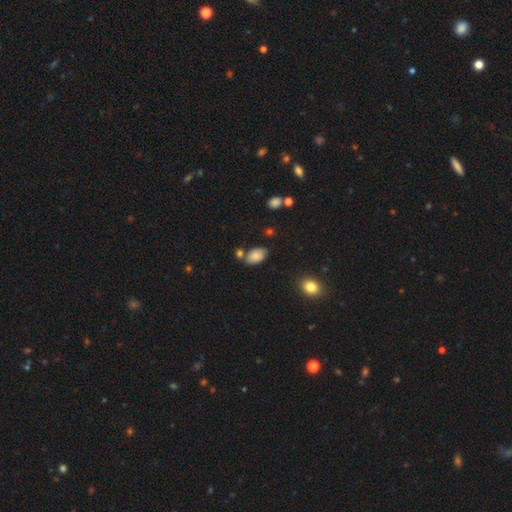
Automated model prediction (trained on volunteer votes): Smooth or featured? smooth (85%)
How rounded? in between (92%)
Merging? none (70%)